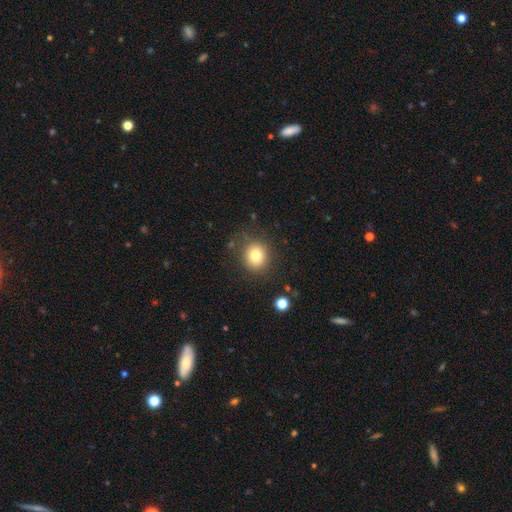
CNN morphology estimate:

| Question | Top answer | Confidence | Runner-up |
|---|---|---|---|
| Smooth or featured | smooth | 79% | star or artifact (12%) |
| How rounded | round | 81% | in between (18%) |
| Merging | none | 83% | minor disturbance (11%) |